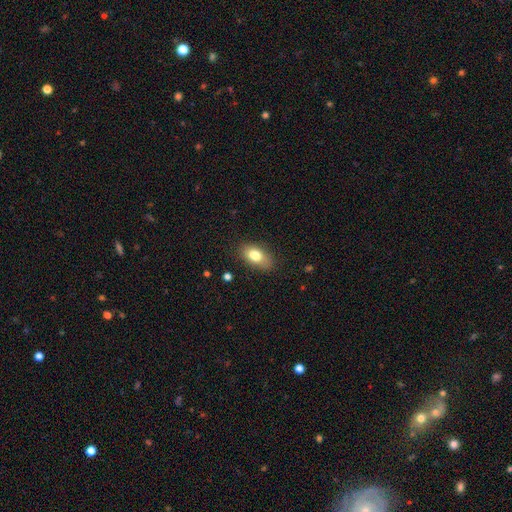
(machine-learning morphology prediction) This is likely a smooth galaxy (79%). How rounded: clearly in between (89%). Merging: likely none (80%).